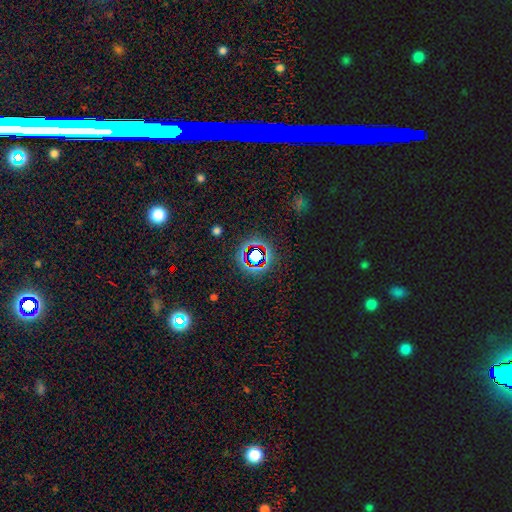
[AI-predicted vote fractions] This is likely a star or artifact rather than a galaxy (74%).